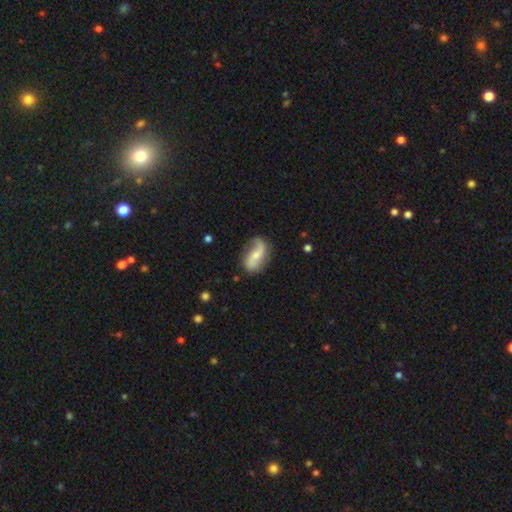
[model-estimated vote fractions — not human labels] Q: Smooth or featured?
A: featured or disk (72%); runner-up: smooth (22%)
Q: Edge-on disk?
A: no (96%); runner-up: yes (4%)
Q: Bar?
A: no (51%); runner-up: weak (35%)
Q: Spiral arms?
A: yes (92%); runner-up: no (8%)
Q: Spiral winding?
A: loose (71%); runner-up: medium (22%)
Q: Spiral arm count?
A: 2 (82%); runner-up: 1 (11%)
Q: Bulge size?
A: small (49%); runner-up: moderate (42%)
Q: Merging?
A: none (68%); runner-up: minor disturbance (22%)